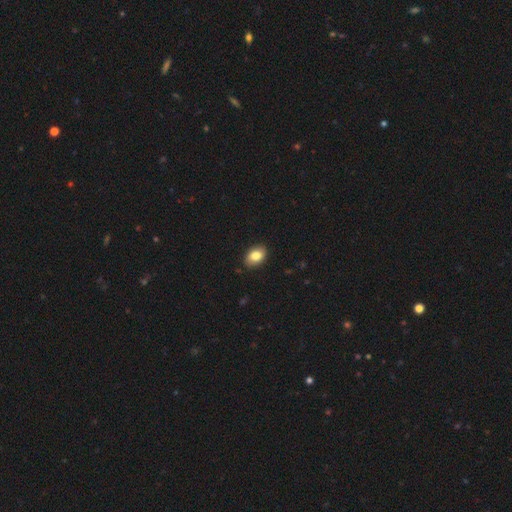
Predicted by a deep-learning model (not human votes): A smooth galaxy with no disk features (83%) that is in between round and cigar-shaped (86%).

Vote fractions:
- Smooth or featured? smooth: 83% / featured or disk: 9% / star or artifact: 7%
- How rounded? in between: 86% / round: 13% / cigar-shaped: 1%
- Merging? none: 88% / minor disturbance: 9% / major disturbance: 2% / merger: 1%